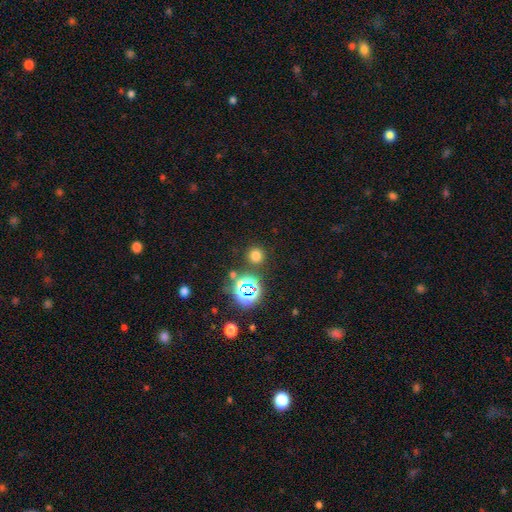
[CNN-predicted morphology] A smooth galaxy with no disk features (68%) that is round (90%).

Vote fractions:
- Smooth or featured? smooth: 68% / star or artifact: 26% / featured or disk: 6%
- How rounded? round: 90% / in between: 9% / cigar-shaped: 1%
- Merging? none: 86% / minor disturbance: 7% / merger: 4% / major disturbance: 3%